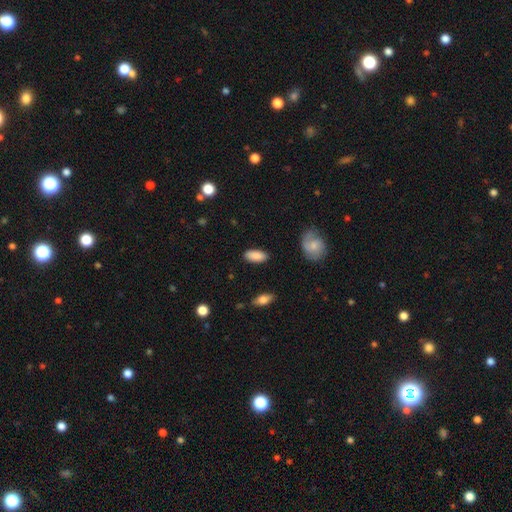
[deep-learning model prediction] smooth-or-featured: smooth: 87% | featured or disk: 7% | star or artifact: 6%
  how-rounded: in between: 87% | cigar-shaped: 10% | round: 2%
  merging: none: 86% | minor disturbance: 10% | major disturbance: 2% | merger: 2%